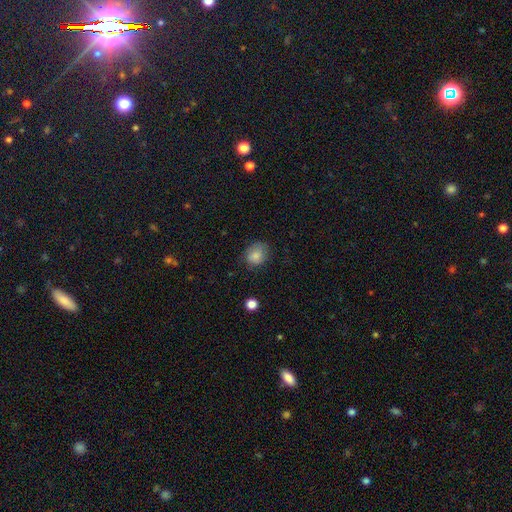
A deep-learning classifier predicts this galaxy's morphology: Q: Smooth or featured?
A: smooth (81%); runner-up: featured or disk (10%)
Q: How rounded?
A: round (64%); runner-up: in between (35%)
Q: Merging?
A: none (71%); runner-up: minor disturbance (22%)